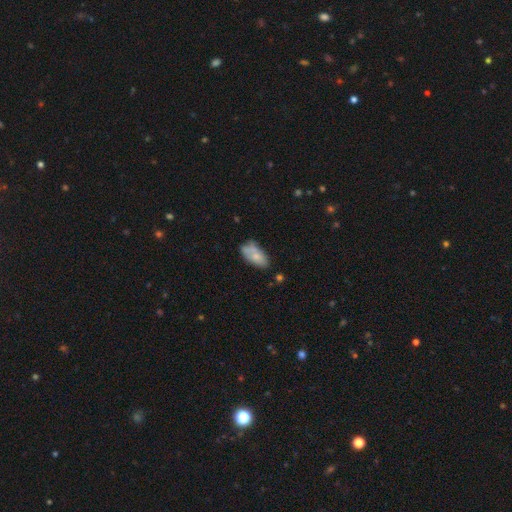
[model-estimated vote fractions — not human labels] smooth-or-featured: smooth: 69% | featured or disk: 24% | star or artifact: 7%
  how-rounded: in between: 91% | cigar-shaped: 5% | round: 3%
  merging: none: 46% | minor disturbance: 27% | merger: 18% | major disturbance: 9%